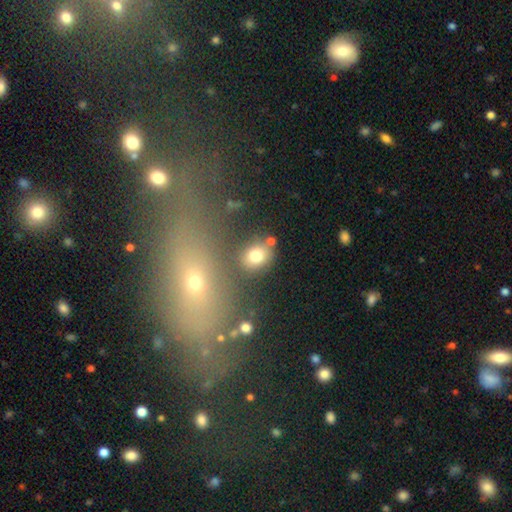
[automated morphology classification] type=smooth (76%); roundness=round (54%); merging=none (72%).